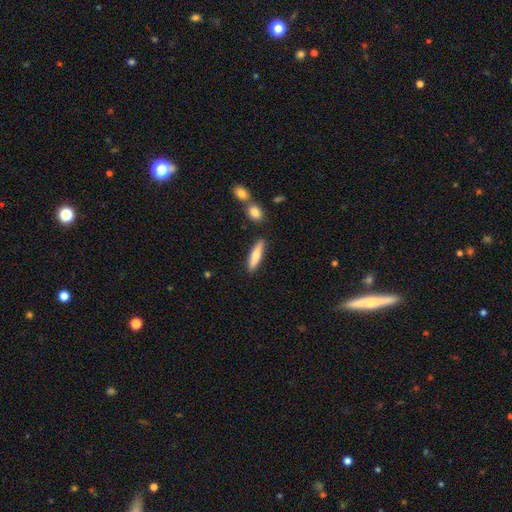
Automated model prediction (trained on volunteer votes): Q: Smooth or featured?
A: smooth (71%); runner-up: featured or disk (24%)
Q: How rounded?
A: cigar-shaped (78%); runner-up: in between (20%)
Q: Merging?
A: none (84%); runner-up: minor disturbance (10%)